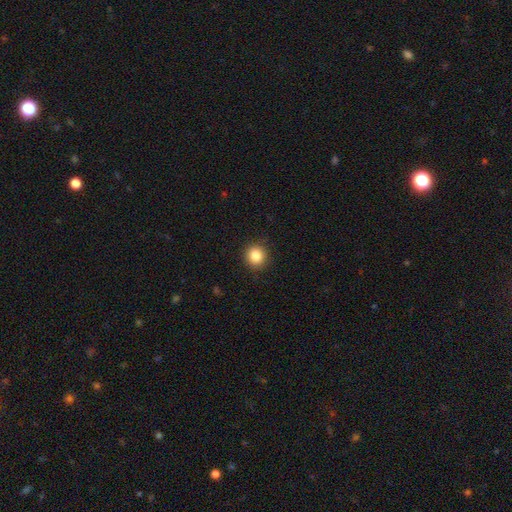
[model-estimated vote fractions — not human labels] Smooth or featured: smooth — 85% (star or artifact — 10%)
How rounded: round — 89% (in between — 10%)
Merging: none — 90% (minor disturbance — 7%)